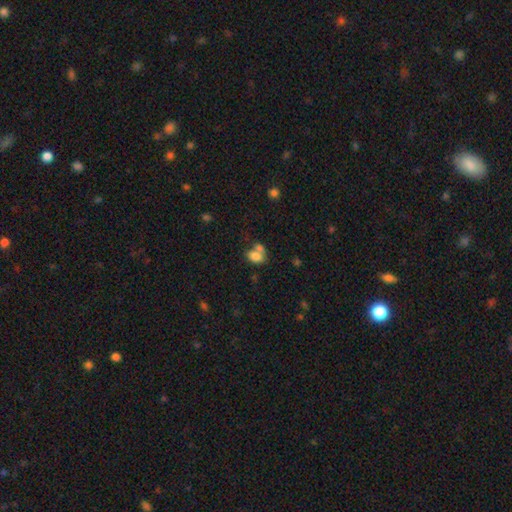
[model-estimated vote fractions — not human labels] Smooth or featured?
  - smooth: 78% *
  - featured or disk: 11%
  - star or artifact: 10%
How rounded?
  - in between: 79% *
  - round: 19%
  - cigar-shaped: 2%
Merging?
  - merger: 46% *
  - none: 34%
  - minor disturbance: 13%
  - major disturbance: 7%